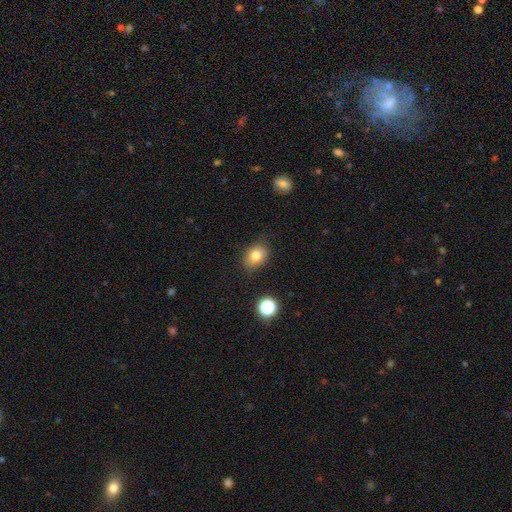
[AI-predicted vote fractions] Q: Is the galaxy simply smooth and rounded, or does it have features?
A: smooth — 80%.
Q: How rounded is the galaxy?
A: in between — 64%.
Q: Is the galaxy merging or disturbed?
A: none — 79%.